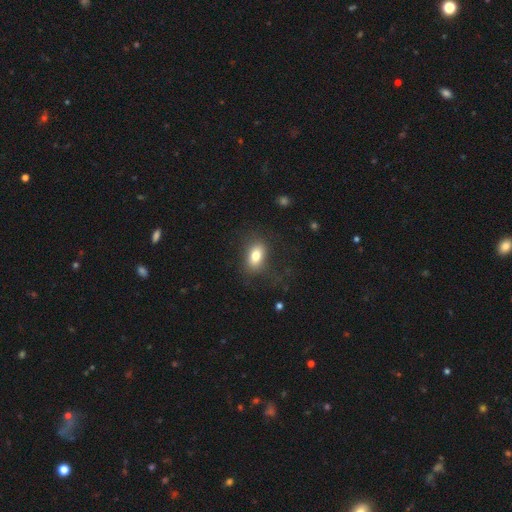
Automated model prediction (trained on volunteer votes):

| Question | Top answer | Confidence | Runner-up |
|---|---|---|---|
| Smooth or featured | smooth | 79% | featured or disk (11%) |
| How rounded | in between | 85% | round (13%) |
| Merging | none | 73% | minor disturbance (16%) |